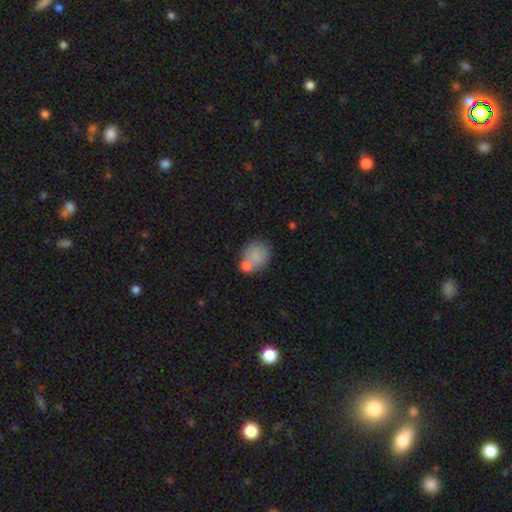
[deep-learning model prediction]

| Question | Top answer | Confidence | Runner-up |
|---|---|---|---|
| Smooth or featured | smooth | 76% | featured or disk (15%) |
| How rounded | round | 59% | in between (40%) |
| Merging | none | 45% | merger (32%) |